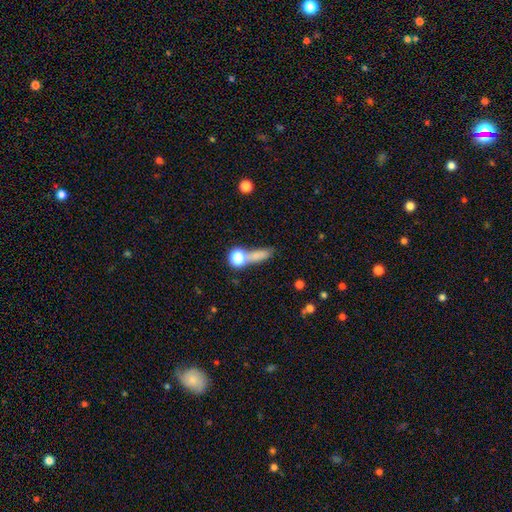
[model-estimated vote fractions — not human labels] smooth 72%, star or artifact 15%, featured or disk 13%. Down the decision tree: how rounded — cigar-shaped (45%); merging — none (51%).